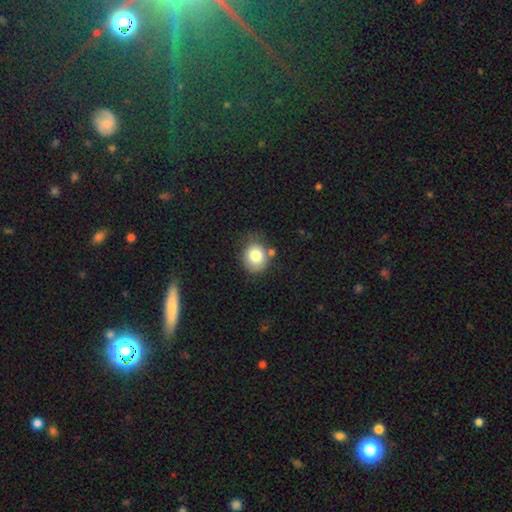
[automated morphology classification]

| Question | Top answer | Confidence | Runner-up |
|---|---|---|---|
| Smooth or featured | smooth | 79% | featured or disk (12%) |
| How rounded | round | 72% | in between (28%) |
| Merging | none | 64% | minor disturbance (20%) |